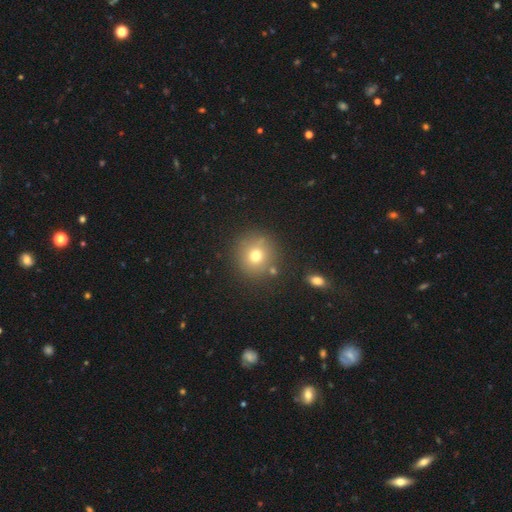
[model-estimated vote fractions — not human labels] smooth_or_featured: smooth (p=0.71) [alt: star or artifact p=0.16]
how_rounded: round (p=0.93) [alt: in between p=0.07]
merging: none (p=0.82) [alt: minor disturbance p=0.09]